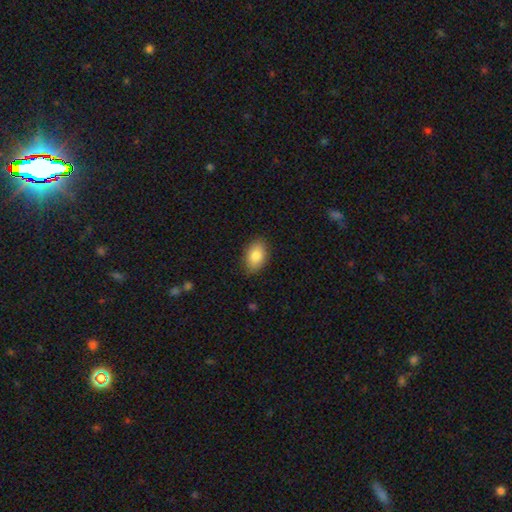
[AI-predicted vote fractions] smooth 84%, featured or disk 9%, star or artifact 7%. Down the decision tree: how rounded — in between (88%); merging — none (86%).